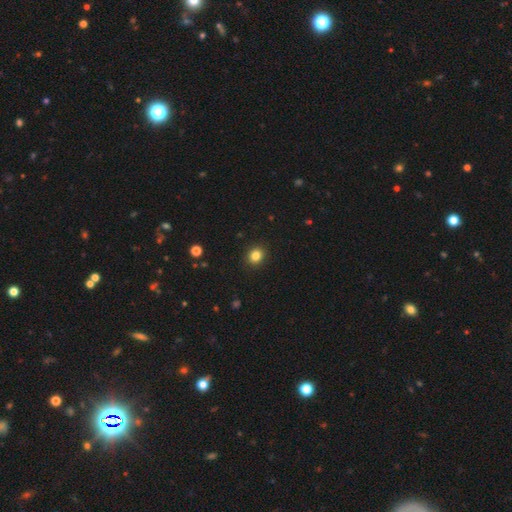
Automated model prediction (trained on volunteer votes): A smooth galaxy with no disk features (84%) that is round (74%).

Vote fractions:
- Smooth or featured? smooth: 84% / star or artifact: 11% / featured or disk: 5%
- How rounded? round: 74% / in between: 25% / cigar-shaped: 1%
- Merging? none: 91% / minor disturbance: 6% / major disturbance: 2% / merger: 1%